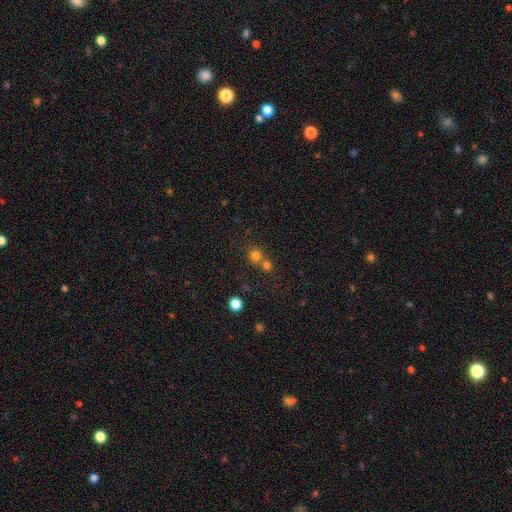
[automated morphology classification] smooth 76%, star or artifact 16%, featured or disk 7%. Down the decision tree: how rounded — round (87%); merging — none (50%).